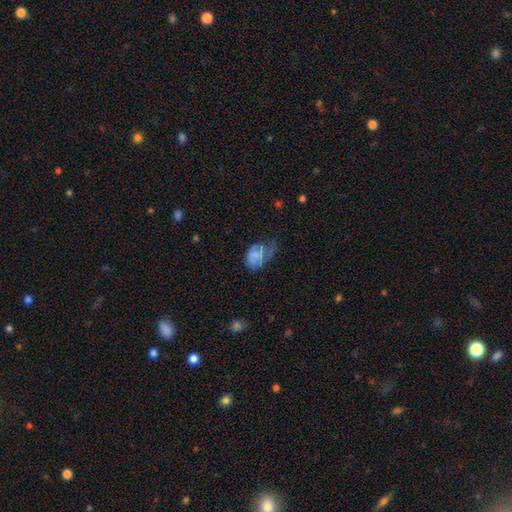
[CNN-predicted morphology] smooth-or-featured: smooth: 72% | featured or disk: 21% | star or artifact: 8%
  how-rounded: in between: 82% | round: 17% | cigar-shaped: 1%
  merging: minor disturbance: 39% | major disturbance: 34% | none: 25% | merger: 2%